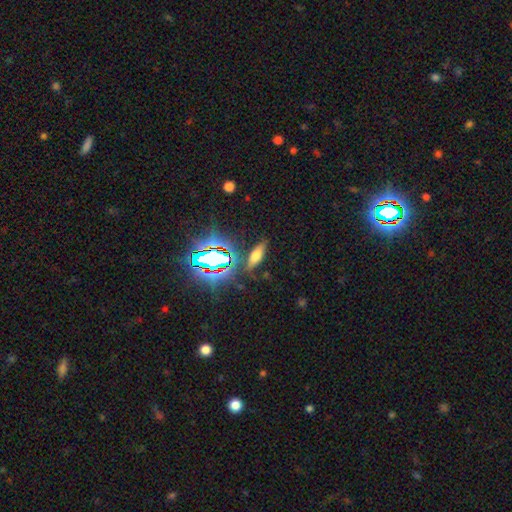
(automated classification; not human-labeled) smooth 51%, star or artifact 27%, featured or disk 22%. Down the decision tree: how rounded — in between (56%); merging — none (80%).